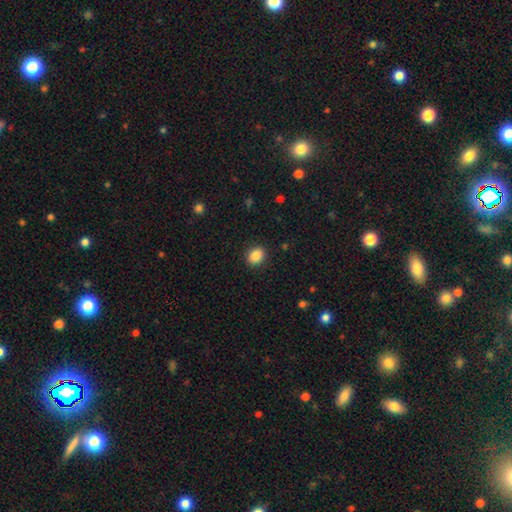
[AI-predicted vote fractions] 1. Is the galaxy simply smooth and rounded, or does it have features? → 87% smooth, 9% star or artifact, 4% featured or disk.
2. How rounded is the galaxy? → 51% round, 48% in between, 1% cigar-shaped.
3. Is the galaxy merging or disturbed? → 90% none, 7% minor disturbance, 2% major disturbance, 1% merger.